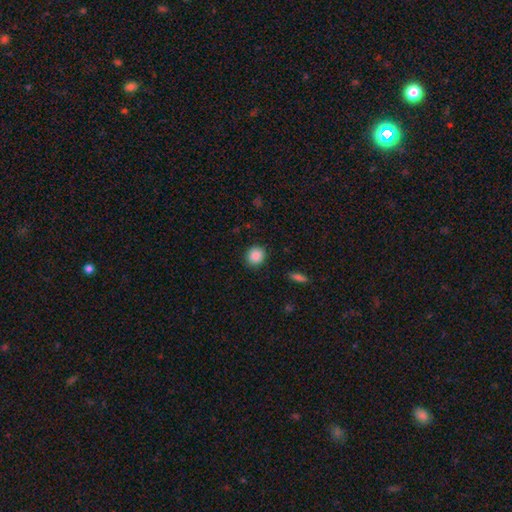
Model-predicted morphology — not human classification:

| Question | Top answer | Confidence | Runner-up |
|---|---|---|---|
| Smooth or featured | smooth | 88% | star or artifact (9%) |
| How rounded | round | 81% | in between (18%) |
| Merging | none | 89% | minor disturbance (7%) |